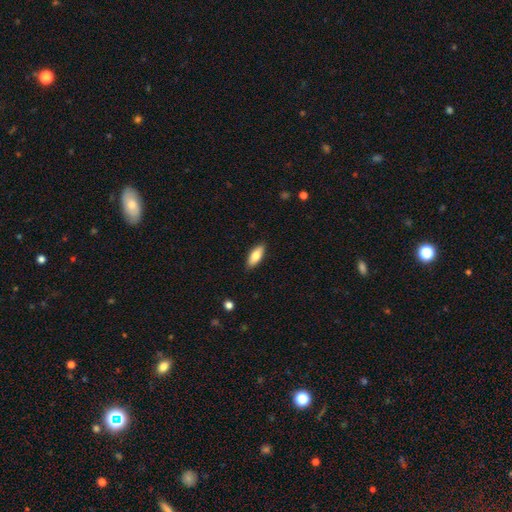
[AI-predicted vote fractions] Smooth or featured? Predicted: smooth (p=0.78). How rounded? Predicted: in between (p=0.76). Merging? Predicted: none (p=0.89).